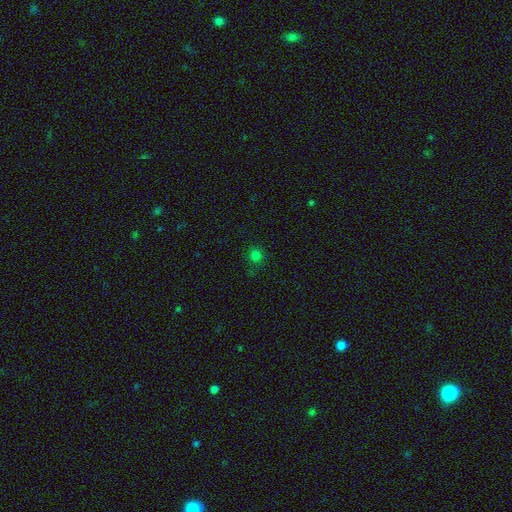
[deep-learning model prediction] smooth_or_featured: smooth (p=0.76) [alt: star or artifact p=0.20]
how_rounded: round (p=0.90) [alt: in between p=0.09]
merging: none (p=0.86) [alt: minor disturbance p=0.09]